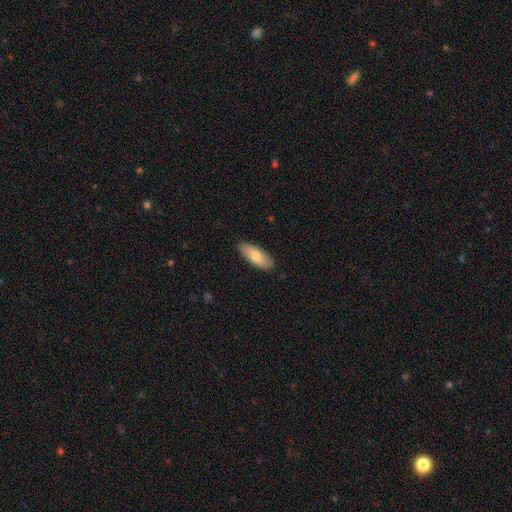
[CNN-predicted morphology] A smooth galaxy with no disk features (76%) that is in between round and cigar-shaped (77%).

Vote fractions:
- Smooth or featured? smooth: 76% / featured or disk: 19% / star or artifact: 5%
- How rounded? in between: 77% / cigar-shaped: 21% / round: 2%
- Merging? none: 86% / minor disturbance: 11% / major disturbance: 2% / merger: 1%